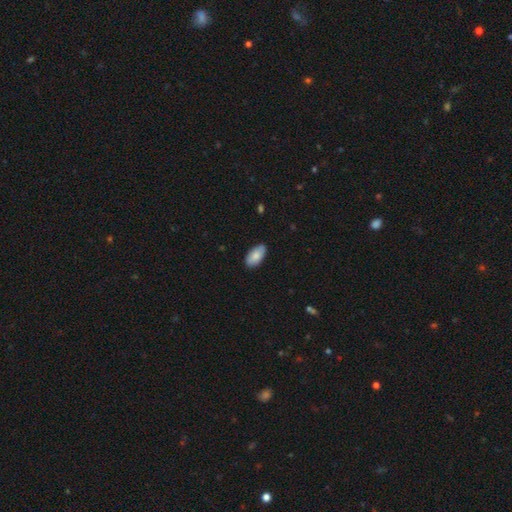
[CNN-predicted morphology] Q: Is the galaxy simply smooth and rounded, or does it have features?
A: smooth — 83%.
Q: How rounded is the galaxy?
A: in between — 95%.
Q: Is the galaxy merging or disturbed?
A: none — 82%.